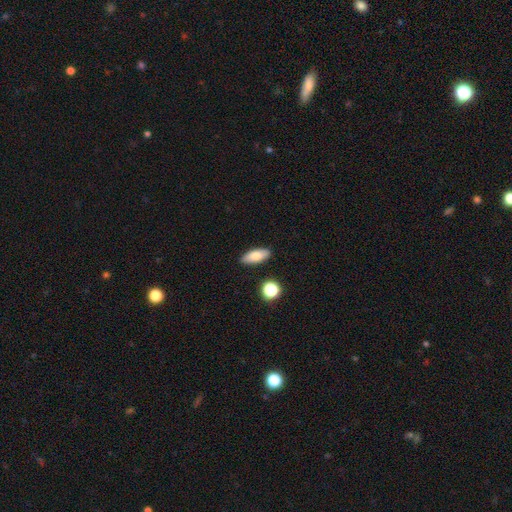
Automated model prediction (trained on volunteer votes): A smooth galaxy with no disk features (79%) that is in between round and cigar-shaped (77%). Merging: none (87%).